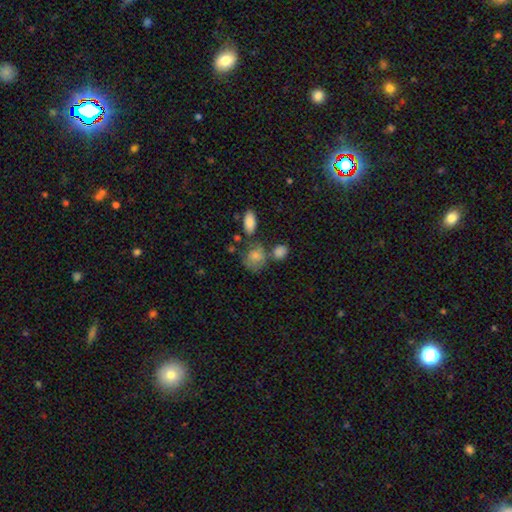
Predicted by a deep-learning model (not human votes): Overall: smooth (70%). How rounded: round (58%; in between 40%). Merging: none (53%; merger 22%).